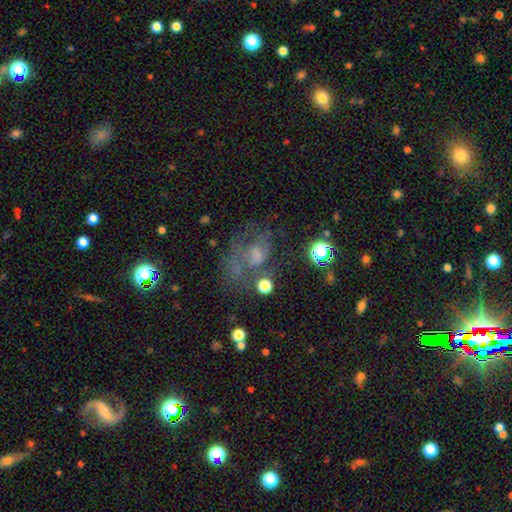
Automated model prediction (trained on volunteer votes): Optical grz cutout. It shows a featured or disk galaxy (44%). Merging: none (41%).